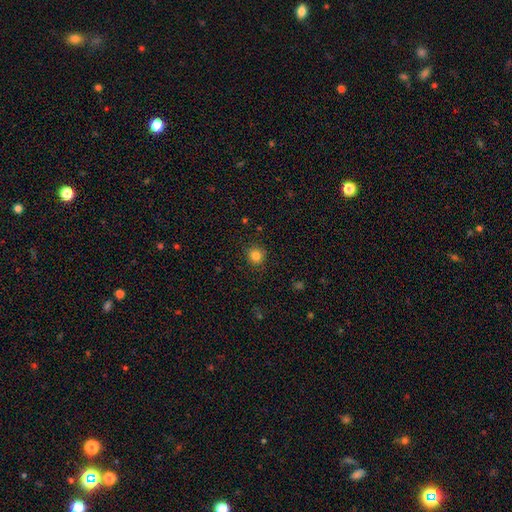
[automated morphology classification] A smooth galaxy with no disk features (83%) that is round (92%).

Vote fractions:
- Smooth or featured? smooth: 83% / star or artifact: 12% / featured or disk: 5%
- How rounded? round: 92% / in between: 7% / cigar-shaped: 1%
- Merging? none: 89% / minor disturbance: 7% / major disturbance: 2% / merger: 1%